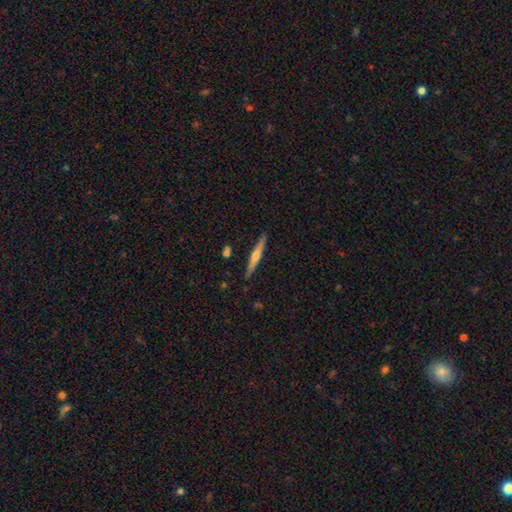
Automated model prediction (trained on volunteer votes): A featured or disk galaxy (61%) viewed edge-on (97%) with a rounded central bulge (85%).

Vote fractions:
- Smooth or featured? featured or disk: 61% / smooth: 33% / star or artifact: 6%
- Edge-on disk? yes: 97% / no: 3%
- Edge-on bulge? rounded: 85% / none: 12% / boxy: 3%
- Merging? none: 89% / minor disturbance: 7% / merger: 2% / major disturbance: 1%